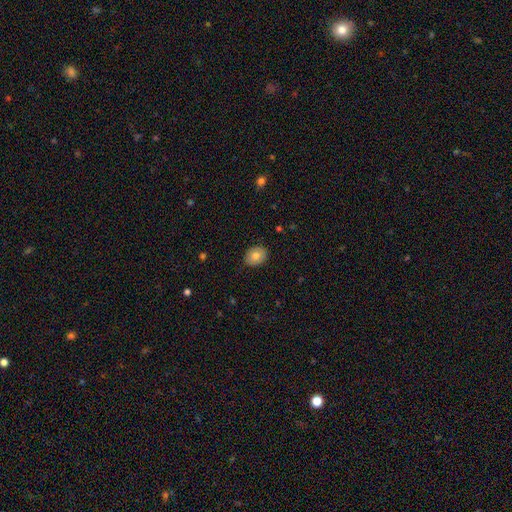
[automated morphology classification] Smooth or featured? smooth (81%)
How rounded? in between (58%)
Merging? none (88%)